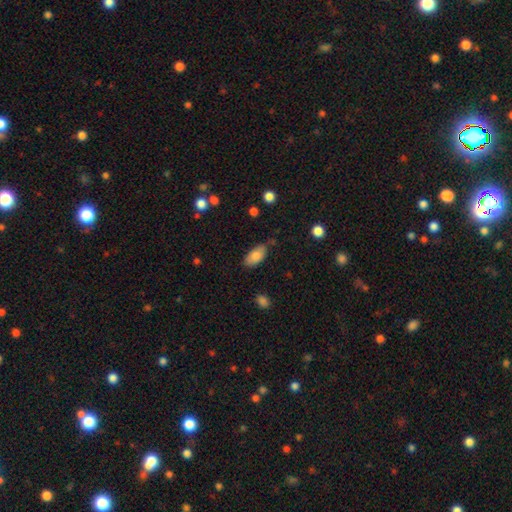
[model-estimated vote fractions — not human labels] Smooth or featured? Predicted: smooth (p=0.79). How rounded? Predicted: in between (p=0.92). Merging? Predicted: none (p=0.70).